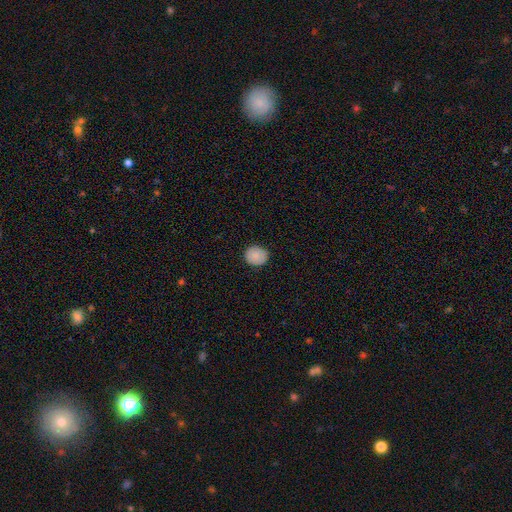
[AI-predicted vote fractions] smooth-or-featured: smooth: 86% | star or artifact: 7% | featured or disk: 6%
  how-rounded: round: 78% | in between: 21% | cigar-shaped: 1%
  merging: none: 88% | minor disturbance: 9% | major disturbance: 2% | merger: 1%